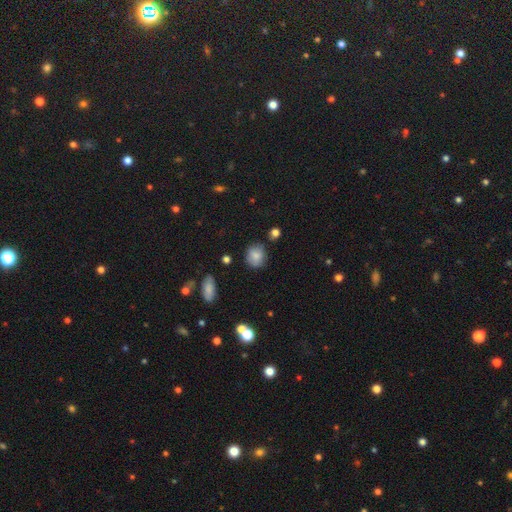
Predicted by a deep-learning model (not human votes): A smooth galaxy with no disk features (79%) that is round (73%). Merging: none (74%).